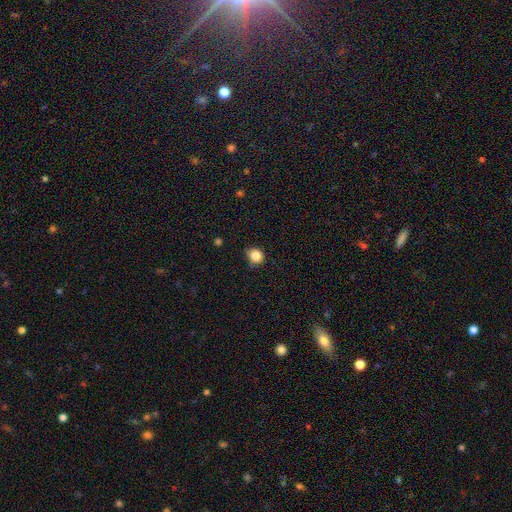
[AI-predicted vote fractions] smooth 84%, star or artifact 11%, featured or disk 5%. Down the decision tree: how rounded — round (86%); merging — none (69%).